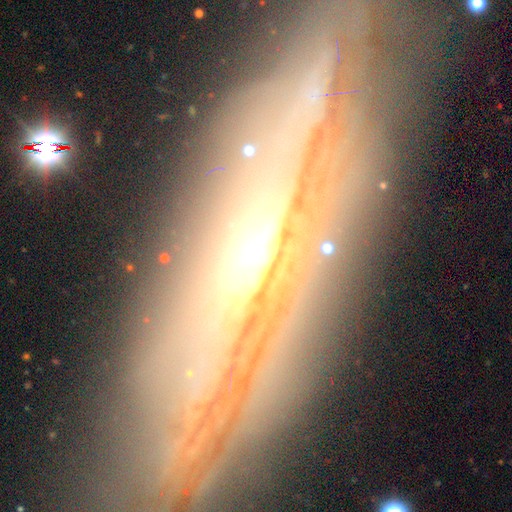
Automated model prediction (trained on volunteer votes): Smooth or featured? featured or disk (74%)
Edge-on disk? yes (70%)
Edge-on bulge? rounded (78%)
Merging? none (75%)